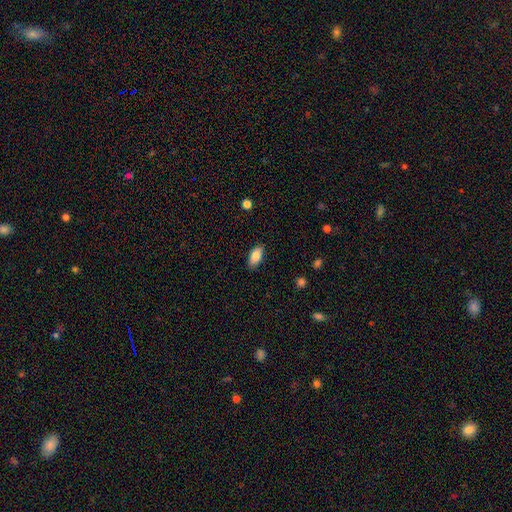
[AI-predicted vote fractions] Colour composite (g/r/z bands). It shows a smooth galaxy with no disk features (85%) that is in between round and cigar-shaped (90%). Merging: none (87%).